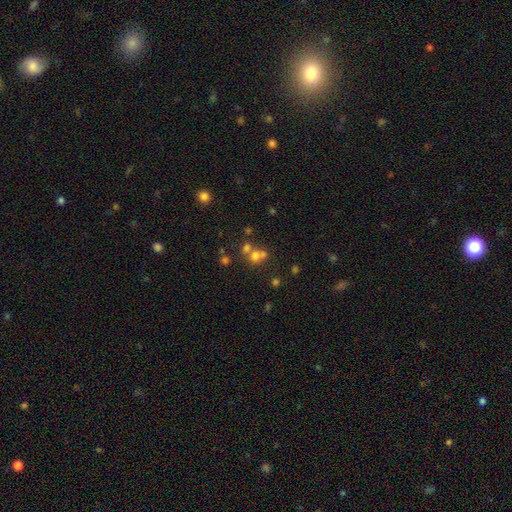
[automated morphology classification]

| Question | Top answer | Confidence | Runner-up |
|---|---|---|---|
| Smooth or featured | smooth | 62% | star or artifact (21%) |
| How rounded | round | 77% | in between (22%) |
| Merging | merger | 47% | none (42%) |